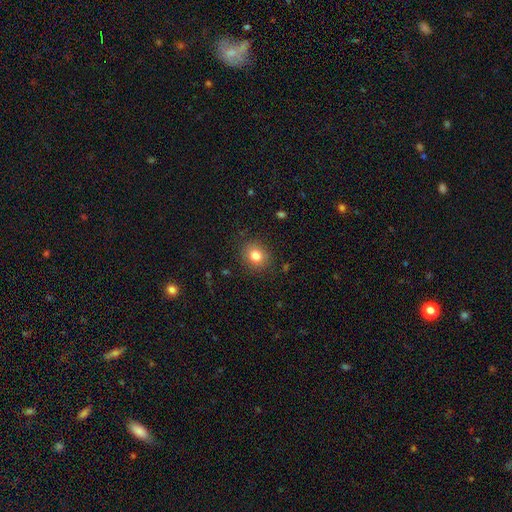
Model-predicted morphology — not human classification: smooth_or_featured: smooth (p=0.81) [alt: star or artifact p=0.11]
how_rounded: round (p=0.73) [alt: in between p=0.26]
merging: none (p=0.87) [alt: minor disturbance p=0.09]